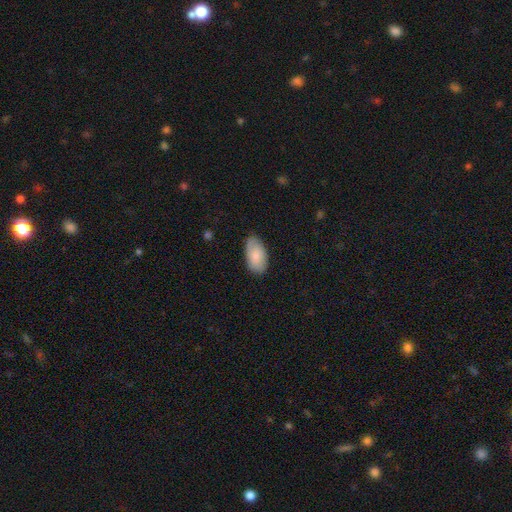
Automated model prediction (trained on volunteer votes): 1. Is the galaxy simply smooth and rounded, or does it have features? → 77% smooth, 17% featured or disk, 6% star or artifact.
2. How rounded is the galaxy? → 95% in between, 3% round, 2% cigar-shaped.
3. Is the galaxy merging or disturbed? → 79% none, 17% minor disturbance, 3% major disturbance, 1% merger.